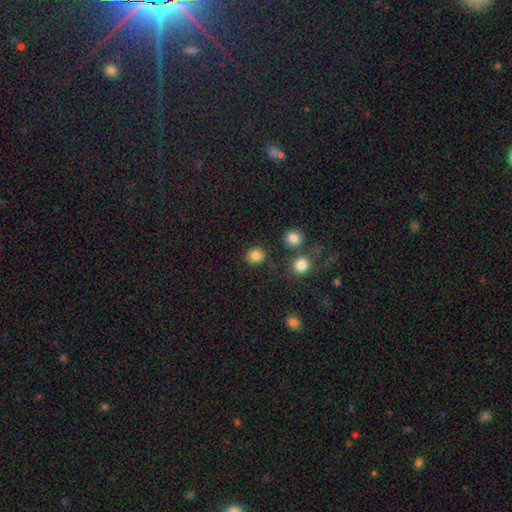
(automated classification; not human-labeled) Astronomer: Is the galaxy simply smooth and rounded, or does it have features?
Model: smooth — 84%.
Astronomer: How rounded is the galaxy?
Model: round — 87%.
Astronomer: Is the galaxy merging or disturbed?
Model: none — 86%.